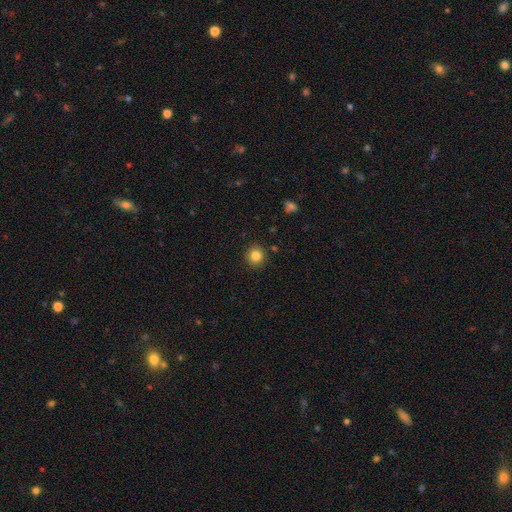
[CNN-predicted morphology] Smooth or featured? smooth (83%)
How rounded? round (90%)
Merging? none (89%)